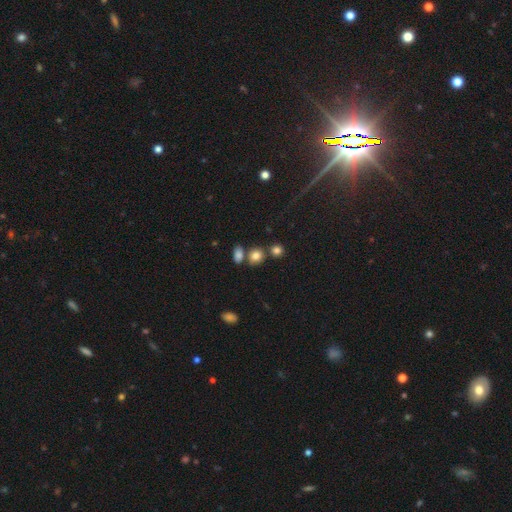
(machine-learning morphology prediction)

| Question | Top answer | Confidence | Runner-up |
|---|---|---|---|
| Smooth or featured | smooth | 80% | star or artifact (13%) |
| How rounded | round | 66% | in between (33%) |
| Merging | none | 61% | merger (23%) |